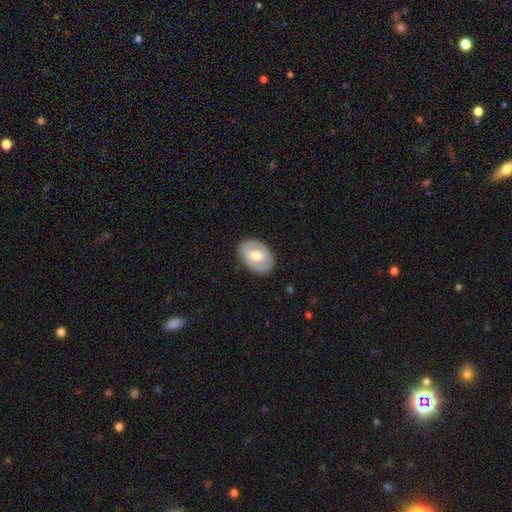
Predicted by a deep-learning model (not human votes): Overall: featured or disk (53%; smooth 42%). Edge-on disk: no (94%). Merging: none (84%).